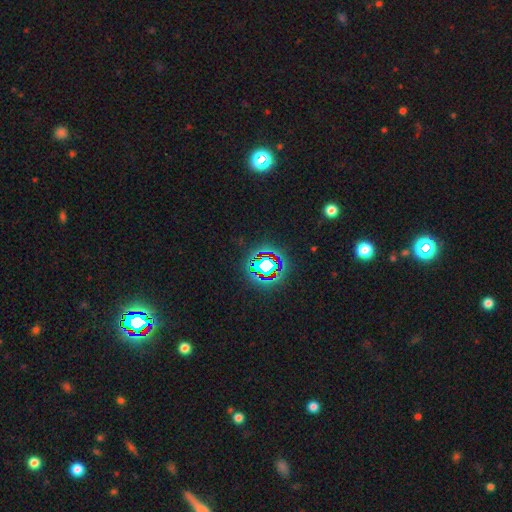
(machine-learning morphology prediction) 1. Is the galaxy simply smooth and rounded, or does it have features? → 79% star or artifact, 12% smooth, 8% featured or disk.